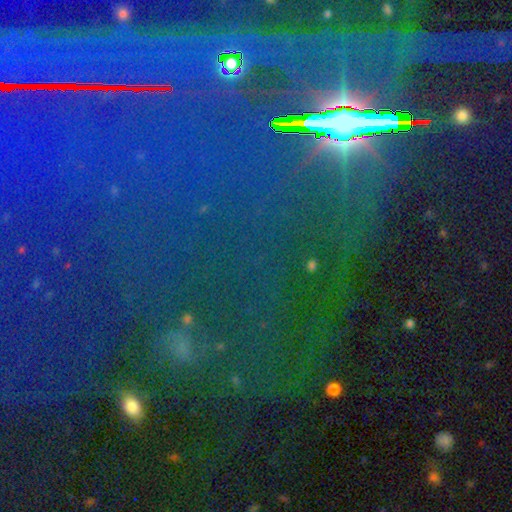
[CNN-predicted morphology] Overall: star or artifact (82%).